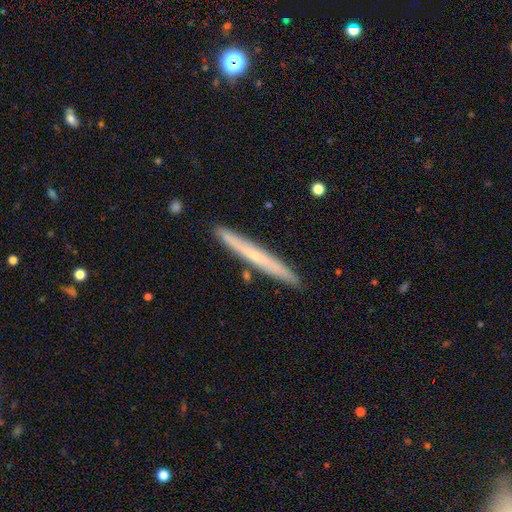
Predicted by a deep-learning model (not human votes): A smooth galaxy with no disk features (49%). Merging: none (89%).